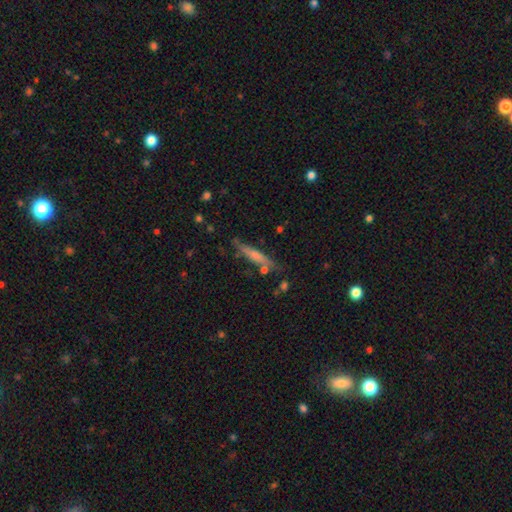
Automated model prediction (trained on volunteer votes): The model was most divided on "smooth or featured": smooth: 56%, featured or disk: 37%, star or artifact: 7%. More confident: how rounded — cigar-shaped (90%); merging — none (74%).